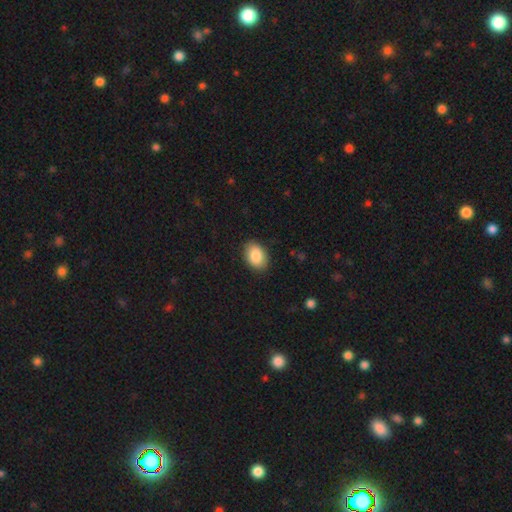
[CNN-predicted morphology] smooth_or_featured: smooth (p=0.87) [alt: star or artifact p=0.07]
how_rounded: in between (p=0.85) [alt: round p=0.14]
merging: none (p=0.87) [alt: minor disturbance p=0.10]